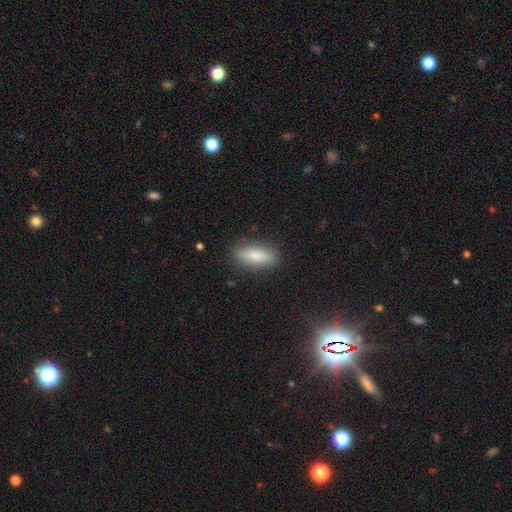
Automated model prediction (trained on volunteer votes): The model was most divided on "how rounded": in between: 65%, cigar-shaped: 32%, round: 3%. More confident: merging — none (87%); smooth or featured — smooth (78%).